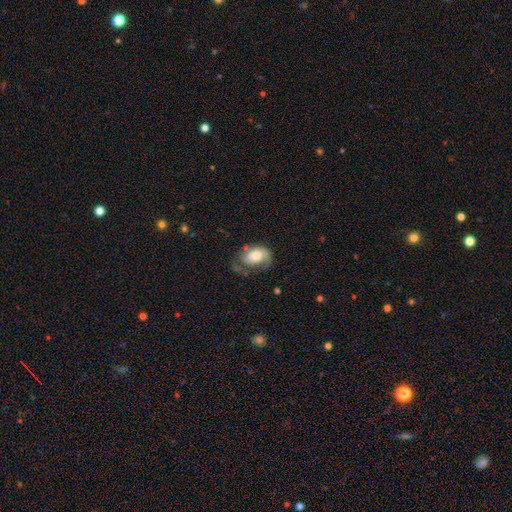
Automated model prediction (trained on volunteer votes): Q: Smooth or featured?
A: smooth (47%); runner-up: featured or disk (46%)
Q: Merging?
A: none (38%); runner-up: major disturbance (30%)